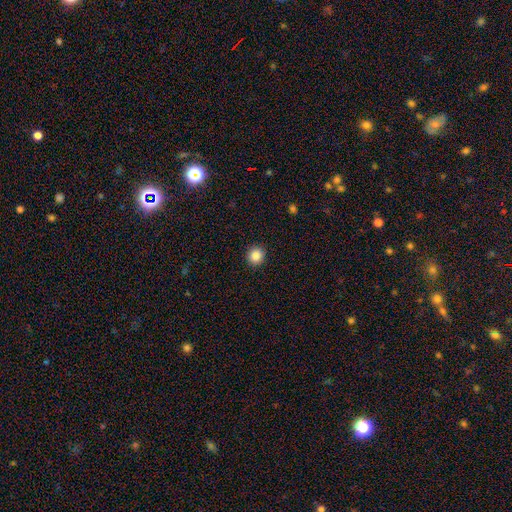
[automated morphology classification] Smooth or featured?
  - smooth: 86% *
  - star or artifact: 10%
  - featured or disk: 4%
How rounded?
  - round: 94% *
  - in between: 6%
  - cigar-shaped: 1%
Merging?
  - none: 93% *
  - minor disturbance: 5%
  - major disturbance: 2%
  - merger: 1%